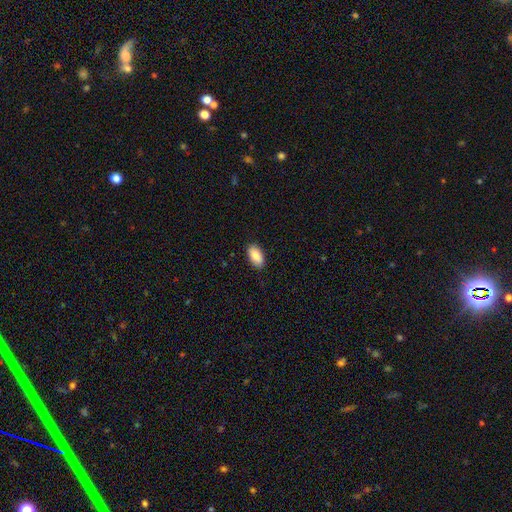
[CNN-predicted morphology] type=smooth (88%); roundness=in between (94%); merging=none (88%).